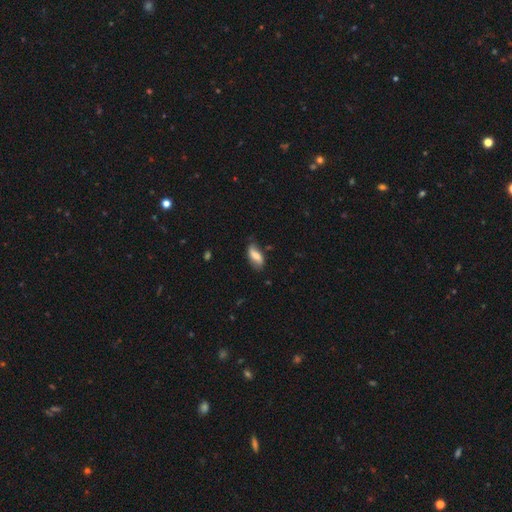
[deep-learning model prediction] Smooth or featured?
  - smooth: 60% *
  - featured or disk: 33%
  - star or artifact: 7%
How rounded?
  - in between: 85% *
  - cigar-shaped: 12%
  - round: 4%
Merging?
  - none: 64% *
  - minor disturbance: 27%
  - major disturbance: 6%
  - merger: 2%